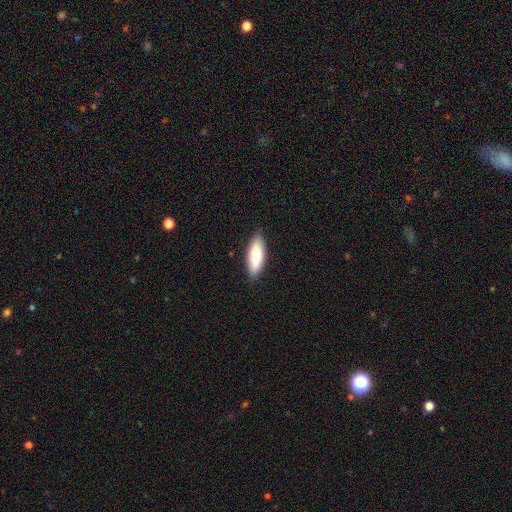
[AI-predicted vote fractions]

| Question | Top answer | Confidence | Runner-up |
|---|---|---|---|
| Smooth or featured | smooth | 73% | featured or disk (21%) |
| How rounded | in between | 61% | cigar-shaped (37%) |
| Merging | none | 87% | minor disturbance (10%) |